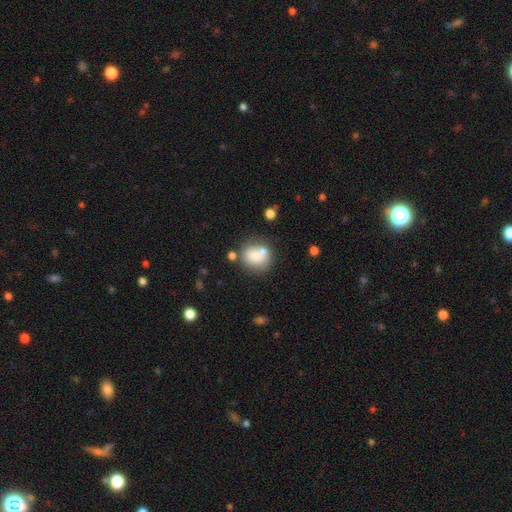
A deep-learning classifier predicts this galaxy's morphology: Smooth or featured? smooth (72%)
How rounded? round (78%)
Merging? none (55%)